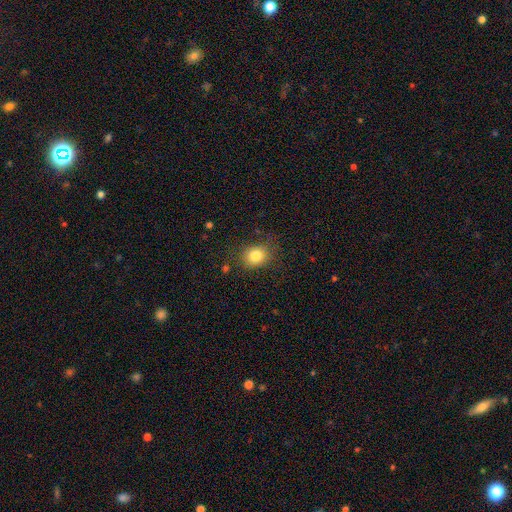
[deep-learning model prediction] Morphology: type=smooth (82%); roundness=round (60%); merging=none (77%).